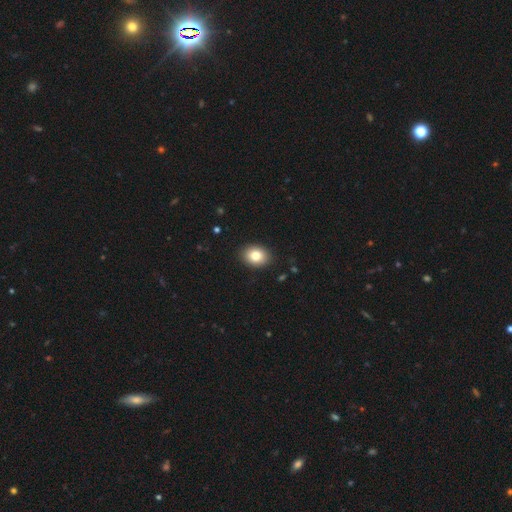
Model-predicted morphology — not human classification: A smooth galaxy with no disk features (82%) that is in between round and cigar-shaped (62%).

Vote fractions:
- Smooth or featured? smooth: 82% / featured or disk: 9% / star or artifact: 9%
- How rounded? in between: 62% / round: 38% / cigar-shaped: 1%
- Merging? none: 90% / minor disturbance: 7% / major disturbance: 2% / merger: 1%